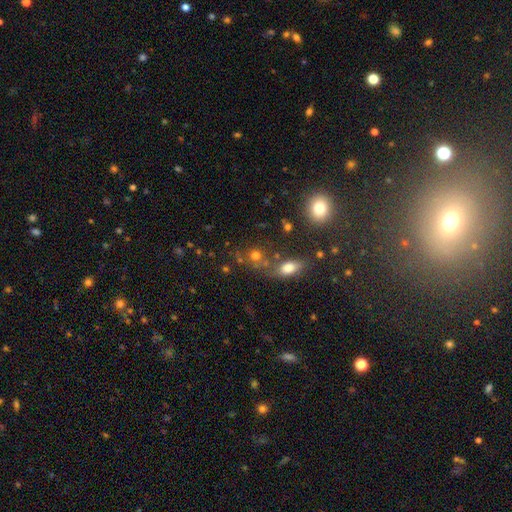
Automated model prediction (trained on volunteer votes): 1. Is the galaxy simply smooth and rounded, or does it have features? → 69% smooth, 20% star or artifact, 11% featured or disk.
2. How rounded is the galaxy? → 79% round, 19% in between, 2% cigar-shaped.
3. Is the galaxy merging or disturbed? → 54% none, 28% merger, 11% minor disturbance, 7% major disturbance.